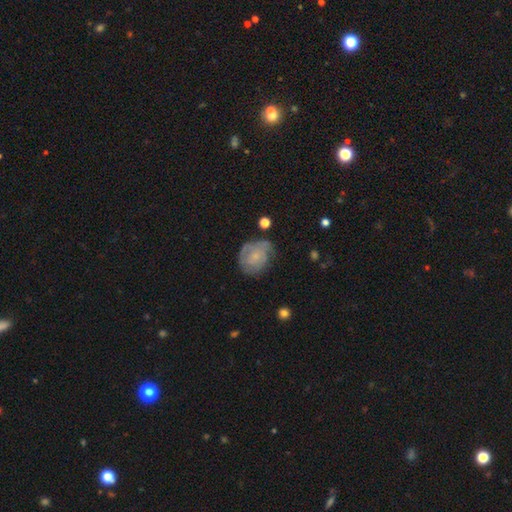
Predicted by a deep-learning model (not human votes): The model was most divided on "smooth or featured": featured or disk: 49%, smooth: 43%, star or artifact: 8%. More confident: merging — none (51%).